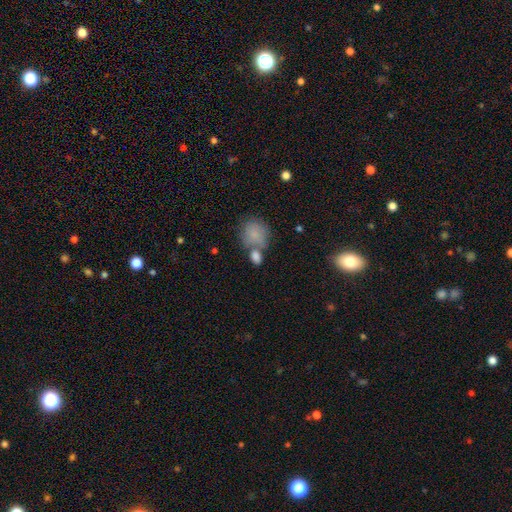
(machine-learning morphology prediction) The model was most divided on "merging": merger: 41%, none: 39%, minor disturbance: 13%, major disturbance: 6%. More confident: smooth or featured — smooth (81%); how rounded — in between (65%).